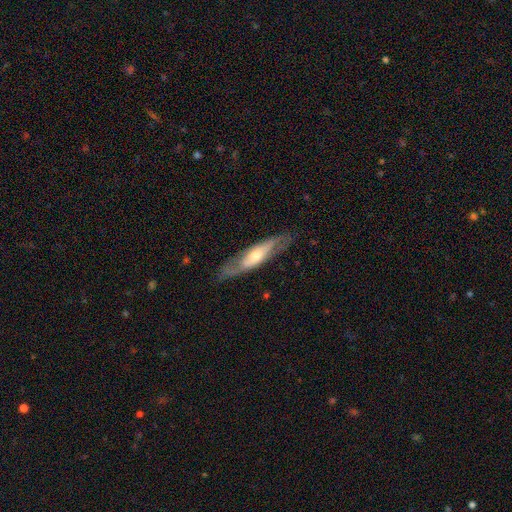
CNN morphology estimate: The model was most divided on "edge-on disk": no: 52%, yes: 48%. More confident: merging — none (78%); smooth or featured — featured or disk (65%).